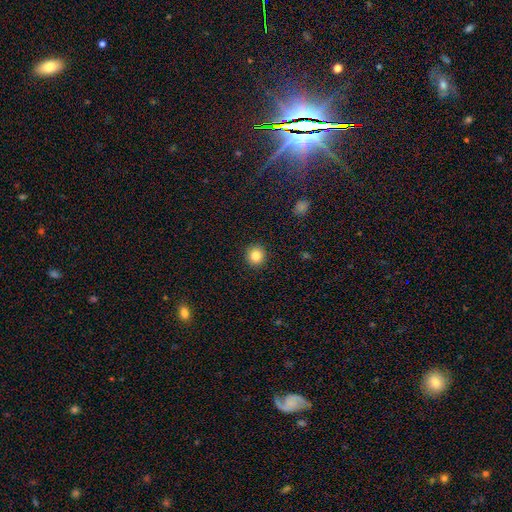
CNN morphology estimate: smooth 84%, star or artifact 10%, featured or disk 5%. Down the decision tree: how rounded — round (93%); merging — none (92%).